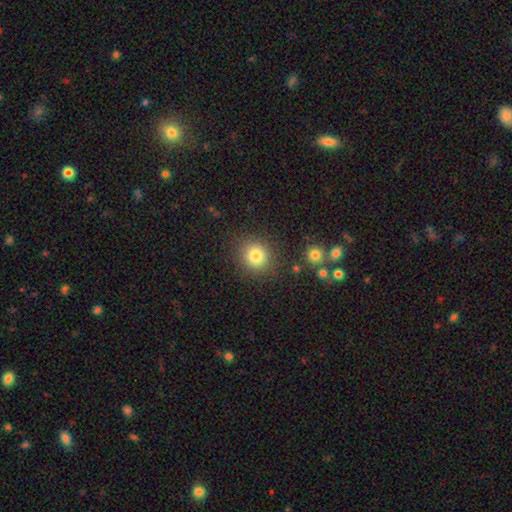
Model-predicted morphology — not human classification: smooth 81%, star or artifact 11%, featured or disk 7%. Down the decision tree: how rounded — round (86%); merging — none (86%).